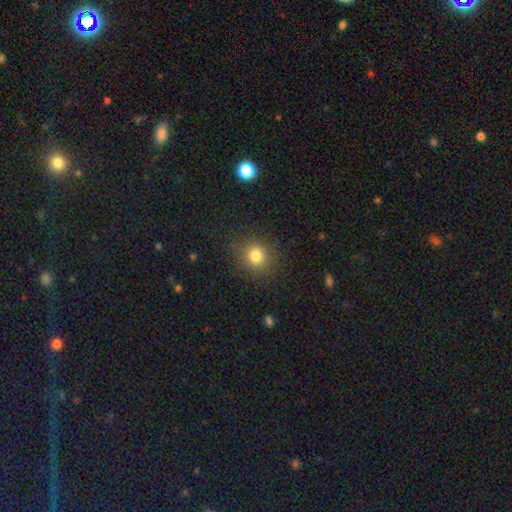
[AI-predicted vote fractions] A smooth galaxy with no disk features (80%) that is round (85%).

Vote fractions:
- Smooth or featured? smooth: 80% / star or artifact: 13% / featured or disk: 7%
- How rounded? round: 85% / in between: 14% / cigar-shaped: 1%
- Merging? none: 87% / minor disturbance: 8% / major disturbance: 3% / merger: 1%